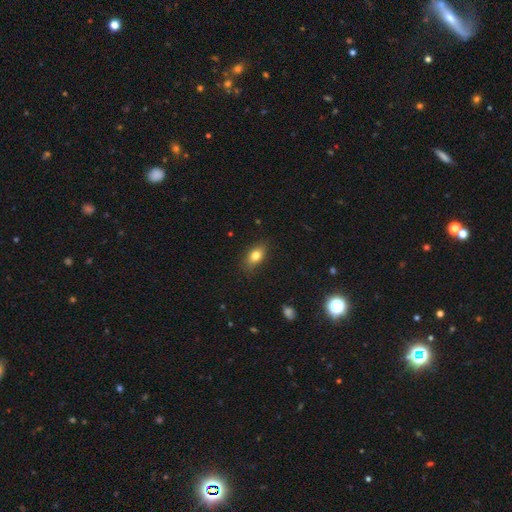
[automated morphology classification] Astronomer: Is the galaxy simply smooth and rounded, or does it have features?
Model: smooth — 80%.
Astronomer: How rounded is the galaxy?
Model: in between — 83%.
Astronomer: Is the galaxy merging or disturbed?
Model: none — 82%.